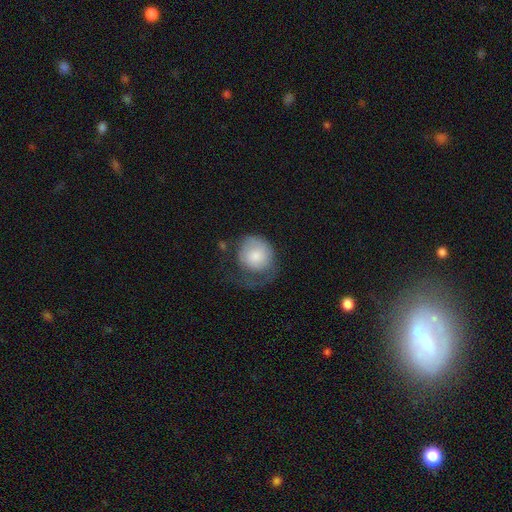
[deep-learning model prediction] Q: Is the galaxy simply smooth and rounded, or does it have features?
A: smooth — 69%.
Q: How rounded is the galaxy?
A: round — 75%.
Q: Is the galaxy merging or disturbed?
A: major disturbance — 44%.